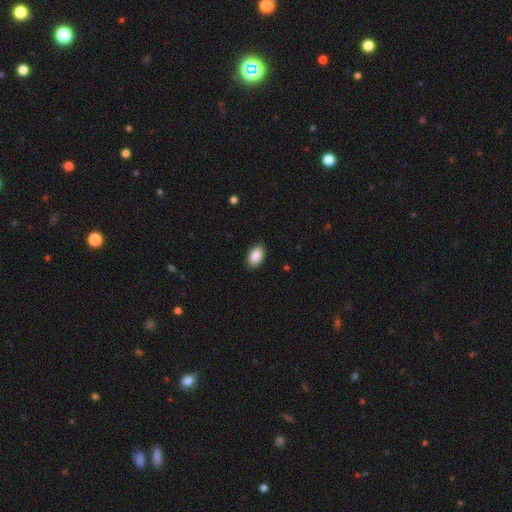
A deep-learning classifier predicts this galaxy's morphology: smooth-or-featured: smooth: 88% | star or artifact: 7% | featured or disk: 5%
  how-rounded: in between: 91% | round: 8% | cigar-shaped: 1%
  merging: none: 88% | minor disturbance: 9% | major disturbance: 2% | merger: 1%